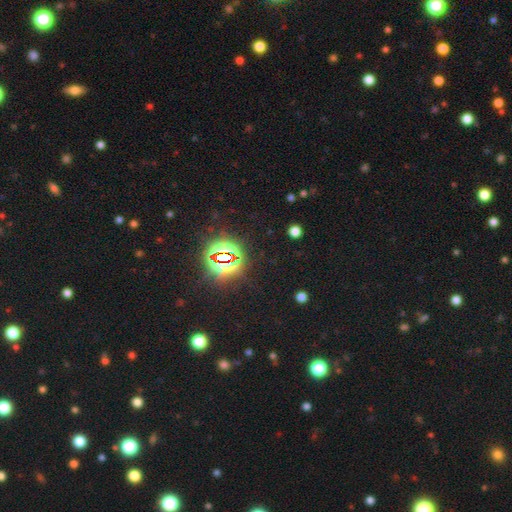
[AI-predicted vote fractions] Smooth or featured? star or artifact (79%)